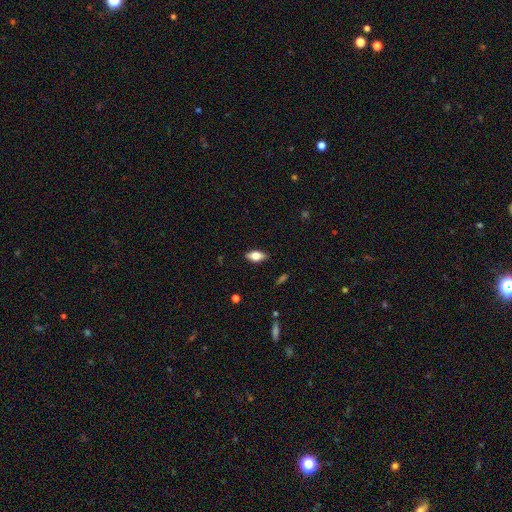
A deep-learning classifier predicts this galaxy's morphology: smooth_or_featured: smooth (p=0.66) [alt: featured or disk p=0.26]
how_rounded: in between (p=0.85) [alt: cigar-shaped p=0.11]
merging: none (p=0.86) [alt: minor disturbance p=0.10]